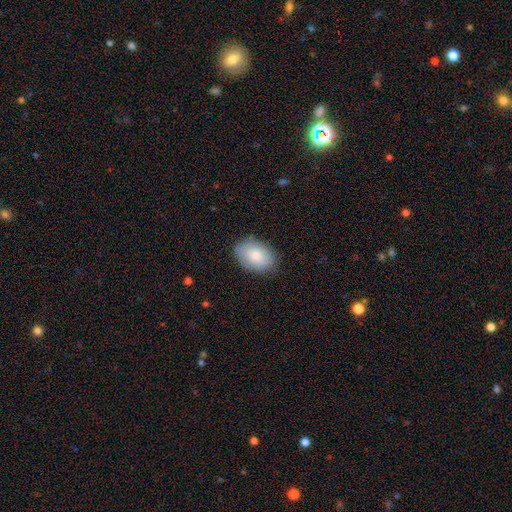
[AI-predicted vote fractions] smooth_or_featured: smooth (p=0.79) [alt: featured or disk p=0.14]
how_rounded: in between (p=0.88) [alt: round p=0.11]
merging: none (p=0.81) [alt: minor disturbance p=0.15]